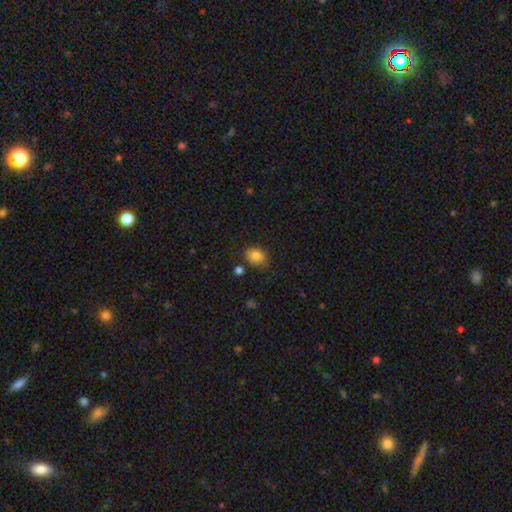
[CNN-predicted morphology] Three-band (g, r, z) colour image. It shows a smooth galaxy with no disk features (83%) that is in between round and cigar-shaped (55%). Merging: none (77%).